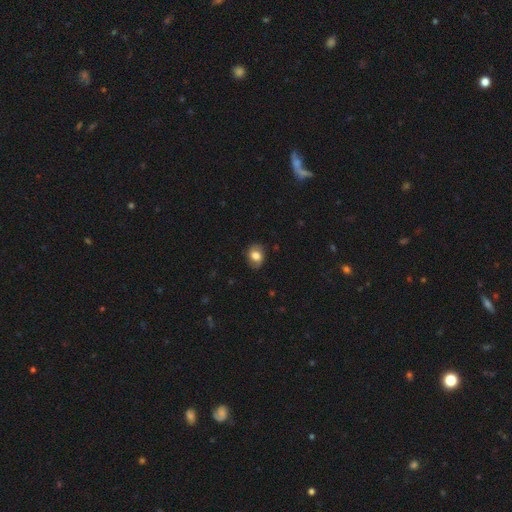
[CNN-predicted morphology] smooth-or-featured: smooth: 69% | featured or disk: 22% | star or artifact: 9%
  how-rounded: in between: 52% | round: 47% | cigar-shaped: 1%
  merging: none: 80% | minor disturbance: 16% | major disturbance: 4% | merger: 1%